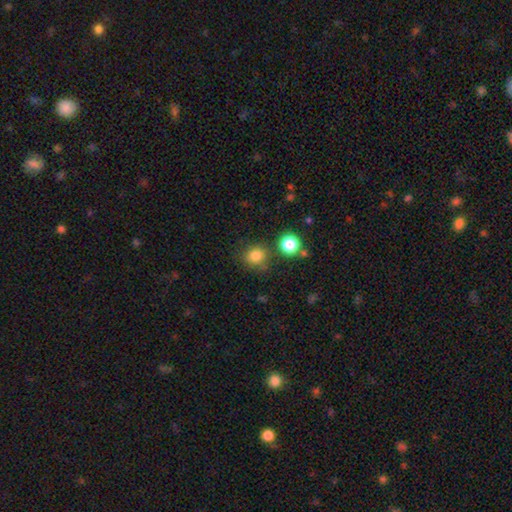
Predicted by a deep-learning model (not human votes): smooth_or_featured: smooth (p=0.82) [alt: star or artifact p=0.13]
how_rounded: round (p=0.79) [alt: in between p=0.20]
merging: none (p=0.72) [alt: minor disturbance p=0.13]